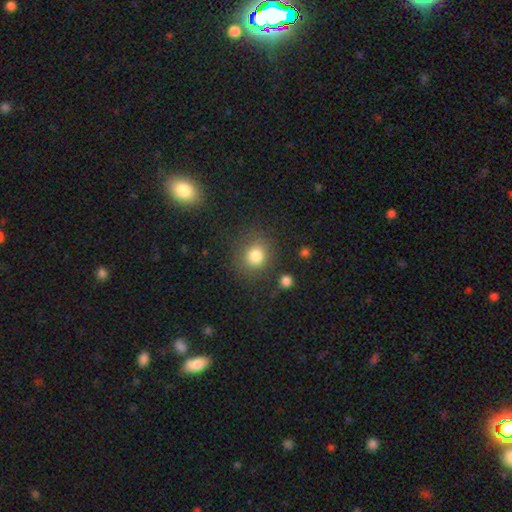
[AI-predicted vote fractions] Smooth or featured?
  - smooth: 81% *
  - star or artifact: 12%
  - featured or disk: 7%
How rounded?
  - round: 80% *
  - in between: 19%
  - cigar-shaped: 1%
Merging?
  - none: 79% *
  - minor disturbance: 12%
  - major disturbance: 5%
  - merger: 4%